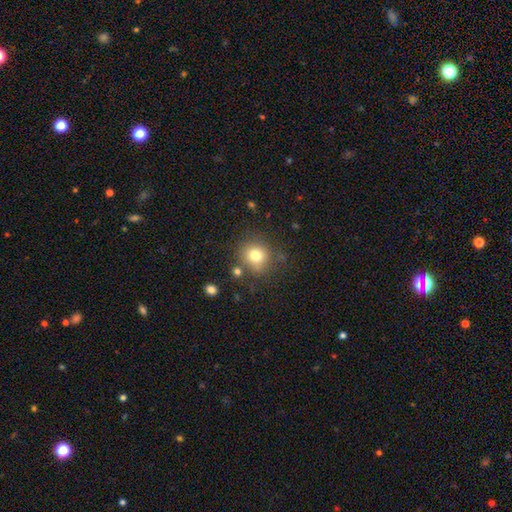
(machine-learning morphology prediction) The model was most divided on "how rounded": round: 78%, in between: 21%, cigar-shaped: 1%. More confident: smooth or featured — smooth (78%); merging — none (73%).